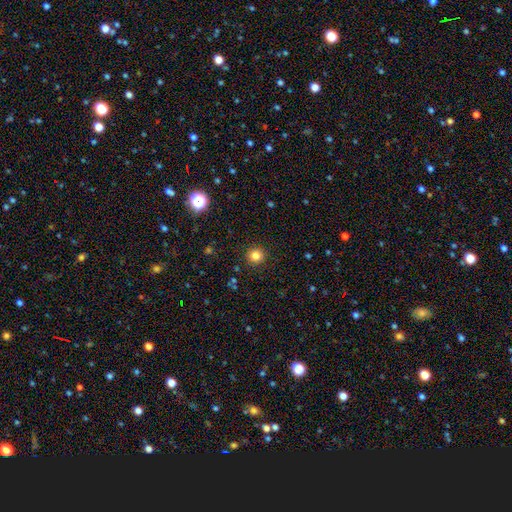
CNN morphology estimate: A smooth galaxy with no disk features (82%) that is round (94%). Merging: none (92%).